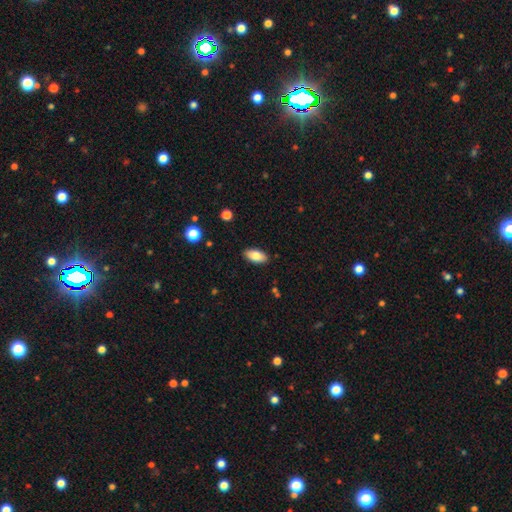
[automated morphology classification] type=smooth (82%); roundness=in between (92%); merging=none (89%).